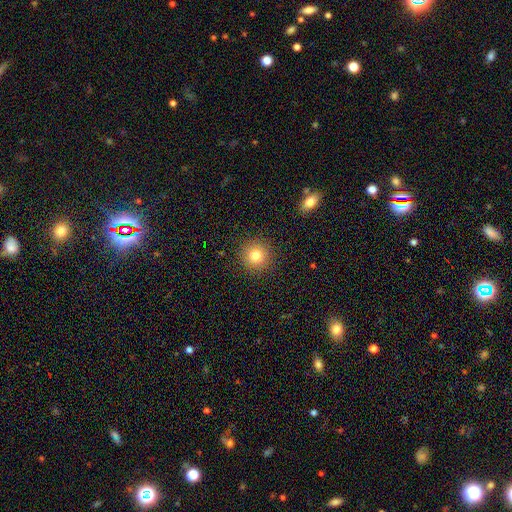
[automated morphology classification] Smooth or featured?
  - smooth: 81% *
  - star or artifact: 12%
  - featured or disk: 7%
How rounded?
  - round: 95% *
  - in between: 4%
  - cigar-shaped: 1%
Merging?
  - none: 91% *
  - minor disturbance: 6%
  - major disturbance: 2%
  - merger: 1%